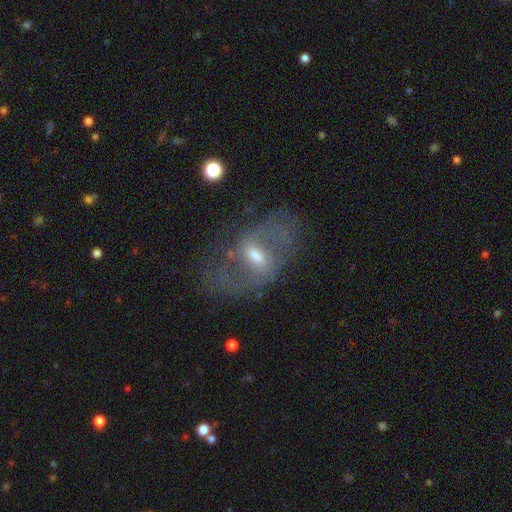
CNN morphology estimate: Smooth or featured?
  - featured or disk: 76% *
  - smooth: 15%
  - star or artifact: 8%
Edge-on disk?
  - no: 95% *
  - yes: 5%
Bar?
  - weak: 57% *
  - strong: 25%
  - no: 18%
Spiral arms?
  - yes: 82% *
  - no: 18%
Spiral winding?
  - loose: 52% *
  - medium: 37%
  - tight: 10%
Spiral arm count?
  - 2: 84% *
  - can't tell: 8%
  - 1: 4%
  - 3: 2%
  - 4: 1%
  - more than 4: 1%
Bulge size?
  - moderate: 58% *
  - small: 30%
  - large: 7%
  - none: 4%
  - dominant: 1%
Merging?
  - none: 57% *
  - minor disturbance: 20%
  - major disturbance: 20%
  - merger: 3%